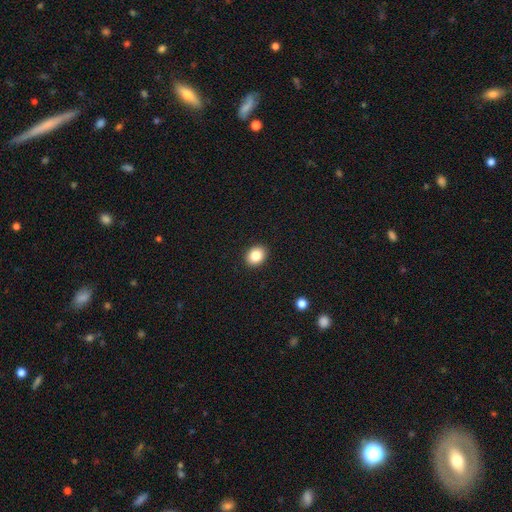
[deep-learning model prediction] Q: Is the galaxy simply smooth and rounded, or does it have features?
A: smooth — 85%.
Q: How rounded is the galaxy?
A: in between — 51%.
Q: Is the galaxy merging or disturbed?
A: none — 91%.